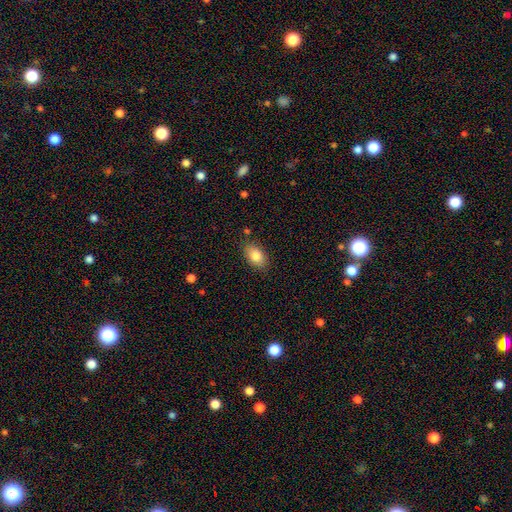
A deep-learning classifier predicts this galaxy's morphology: type=smooth (85%); roundness=in between (91%); merging=none (83%).